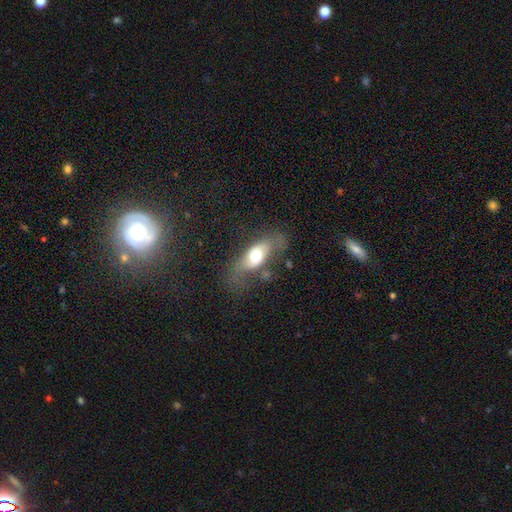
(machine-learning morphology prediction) smooth-or-featured: smooth: 52% | featured or disk: 40% | star or artifact: 8%
  how-rounded: in between: 77% | cigar-shaped: 17% | round: 6%
  merging: none: 50% | minor disturbance: 24% | major disturbance: 22% | merger: 4%